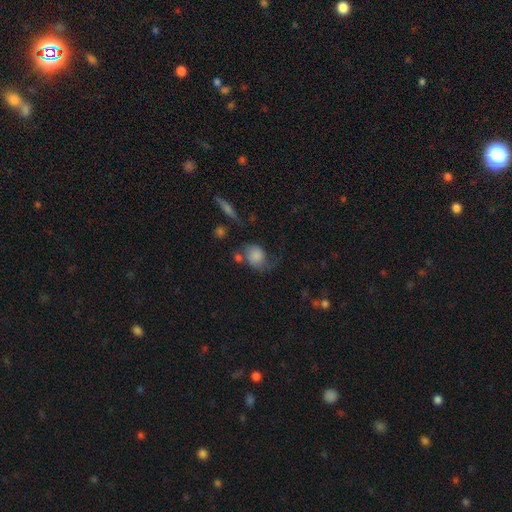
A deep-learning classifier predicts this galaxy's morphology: smooth 62%, featured or disk 28%, star or artifact 10%. Down the decision tree: how rounded — round (56%); merging — none (35%).